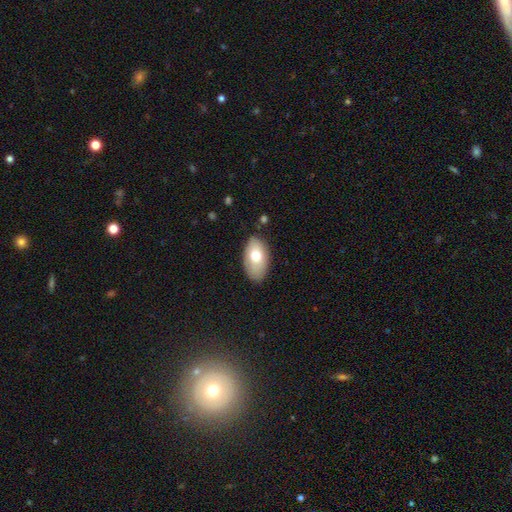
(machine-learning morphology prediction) Q: Smooth or featured?
A: smooth (72%); runner-up: featured or disk (21%)
Q: How rounded?
A: in between (94%); runner-up: round (5%)
Q: Merging?
A: none (77%); runner-up: minor disturbance (18%)